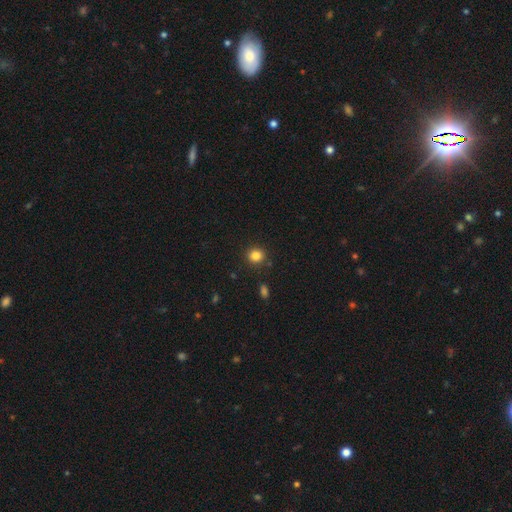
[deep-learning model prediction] smooth 84%, star or artifact 11%, featured or disk 4%. Down the decision tree: how rounded — round (88%); merging — none (89%).